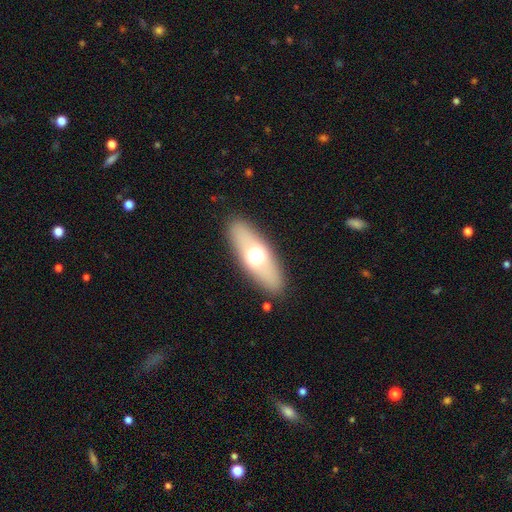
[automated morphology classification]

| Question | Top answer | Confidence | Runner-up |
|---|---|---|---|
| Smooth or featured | smooth | 56% | featured or disk (36%) |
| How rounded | in between | 64% | cigar-shaped (31%) |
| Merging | none | 87% | minor disturbance (8%) |